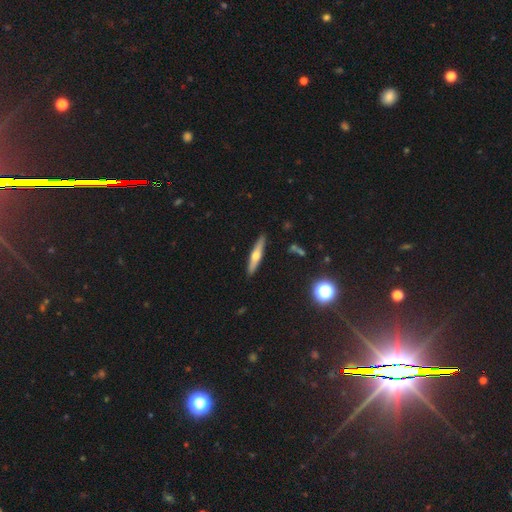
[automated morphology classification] Overall: featured or disk (51%; smooth 42%). Edge-on disk: yes (92%). Merging: none (90%).